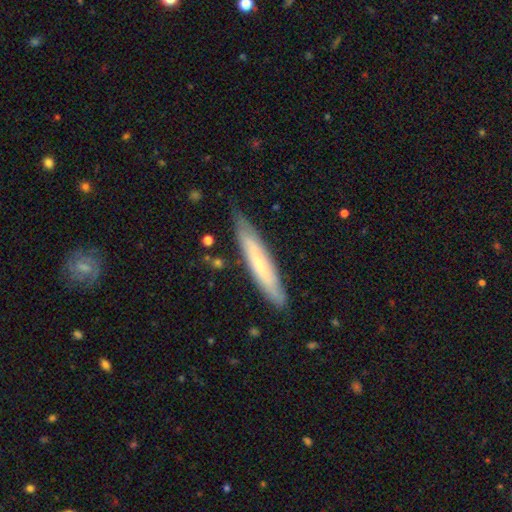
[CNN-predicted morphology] A featured or disk galaxy (49%). Merging: none (83%).